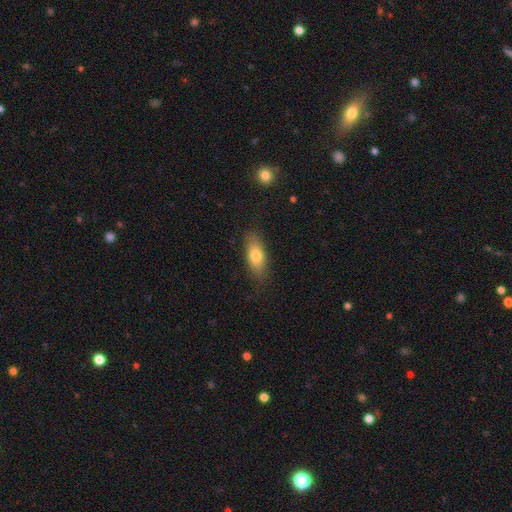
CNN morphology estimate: Smooth or featured? Predicted: smooth (p=0.76). How rounded? Predicted: in between (p=0.77). Merging? Predicted: none (p=0.83).